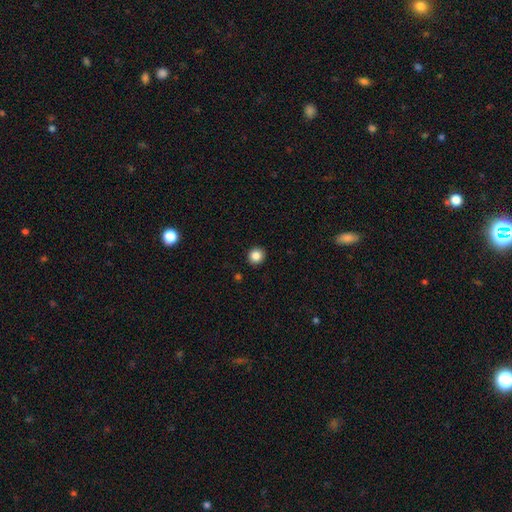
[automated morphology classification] This is clearly a smooth galaxy (86%). How rounded: clearly round (90%). Merging: clearly none (92%).